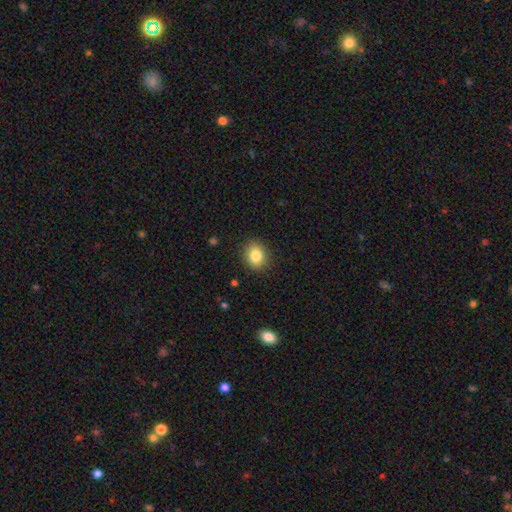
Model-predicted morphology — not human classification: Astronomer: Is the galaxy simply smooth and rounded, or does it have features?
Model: smooth — 84%.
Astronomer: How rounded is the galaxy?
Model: round — 55% (runner-up: in between, 44%).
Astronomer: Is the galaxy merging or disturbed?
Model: none — 87%.